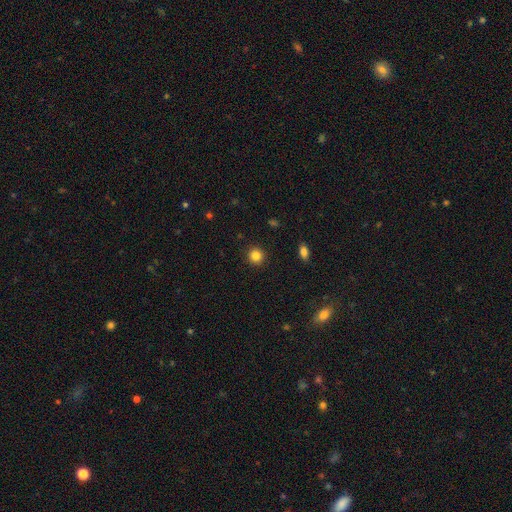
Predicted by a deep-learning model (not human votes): Smooth or featured? Predicted: smooth (p=0.85). How rounded? Predicted: round (p=0.93). Merging? Predicted: none (p=0.93).